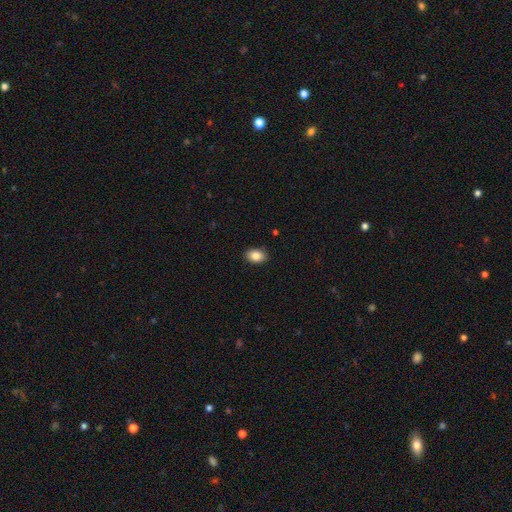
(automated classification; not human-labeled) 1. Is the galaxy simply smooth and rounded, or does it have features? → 86% smooth, 8% star or artifact, 6% featured or disk.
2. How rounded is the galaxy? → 79% in between, 20% round, 1% cigar-shaped.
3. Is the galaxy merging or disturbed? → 88% none, 9% minor disturbance, 2% major disturbance, 1% merger.